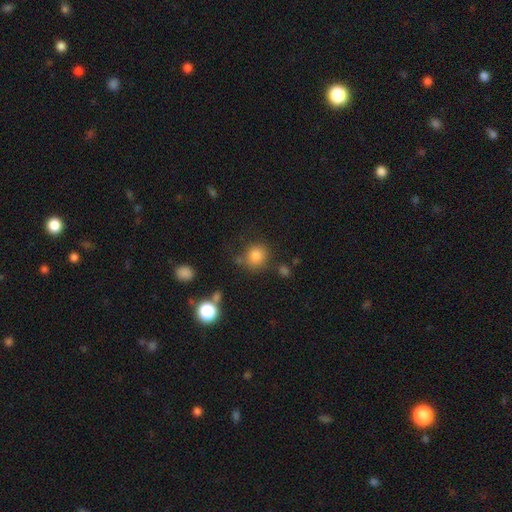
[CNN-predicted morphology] Smooth or featured: smooth — 82% (star or artifact — 12%)
How rounded: round — 84% (in between — 15%)
Merging: none — 73% (minor disturbance — 14%)